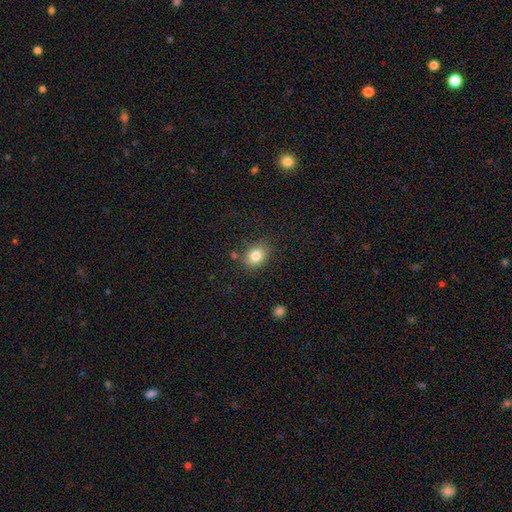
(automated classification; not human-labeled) smooth-or-featured: smooth: 83% | star or artifact: 10% | featured or disk: 7%
  how-rounded: in between: 62% | round: 37% | cigar-shaped: 1%
  merging: none: 79% | minor disturbance: 13% | merger: 4% | major disturbance: 3%